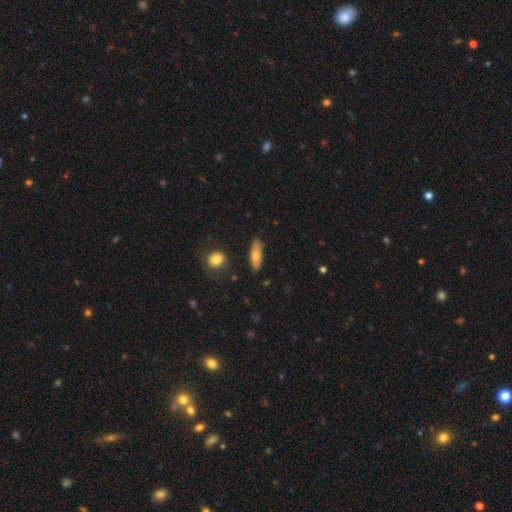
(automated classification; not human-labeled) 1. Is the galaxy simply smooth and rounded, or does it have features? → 73% smooth, 21% featured or disk, 7% star or artifact.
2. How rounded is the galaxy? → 60% in between, 37% cigar-shaped, 3% round.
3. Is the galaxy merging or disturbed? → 84% none, 12% minor disturbance, 2% major disturbance, 2% merger.